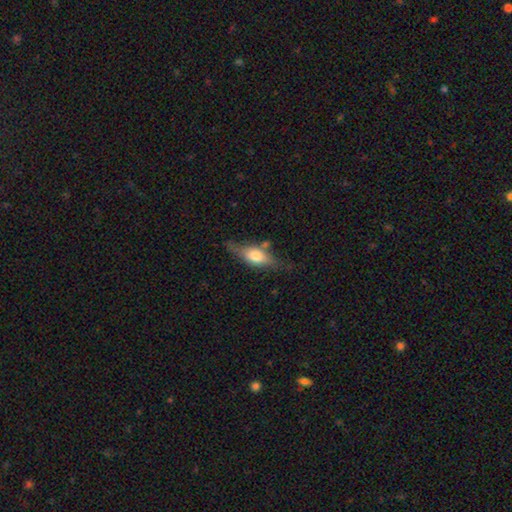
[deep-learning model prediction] A smooth galaxy with no disk features (54%) that is in between round and cigar-shaped (70%). Merging: none (60%).